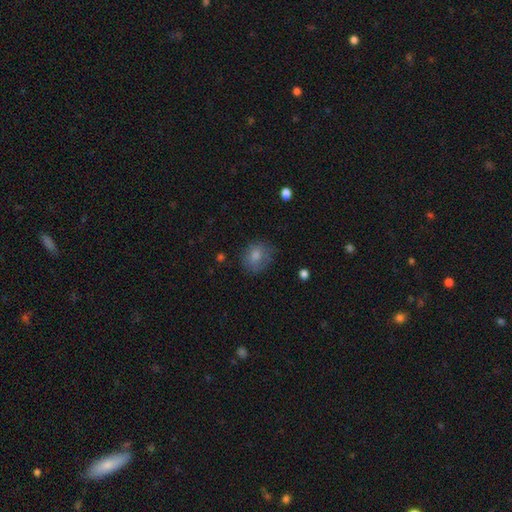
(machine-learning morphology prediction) Smooth or featured: smooth — 80% (featured or disk — 11%)
How rounded: round — 56% (in between — 43%)
Merging: none — 66% (minor disturbance — 22%)